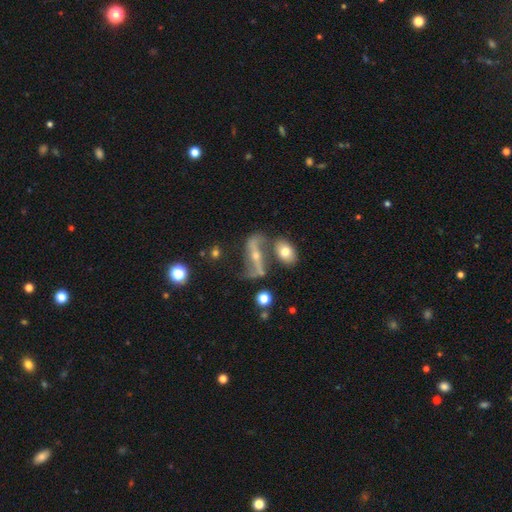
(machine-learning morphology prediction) Smooth or featured? featured or disk (76%)
Edge-on disk? no (79%)
Bar? strong (42%)
Spiral arms? yes (84%)
Spiral winding? loose (69%)
Spiral arm count? 2 (87%)
Bulge size? small (53%)
Merging? none (48%)